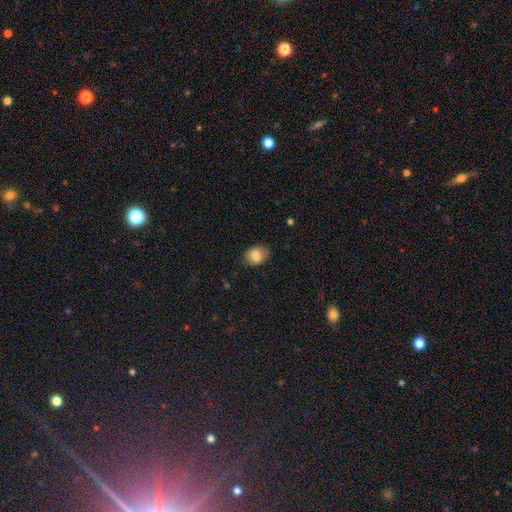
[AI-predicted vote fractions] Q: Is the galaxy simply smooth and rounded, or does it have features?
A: smooth — 81%.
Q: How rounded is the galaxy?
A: in between — 75%.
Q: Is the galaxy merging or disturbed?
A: none — 78%.